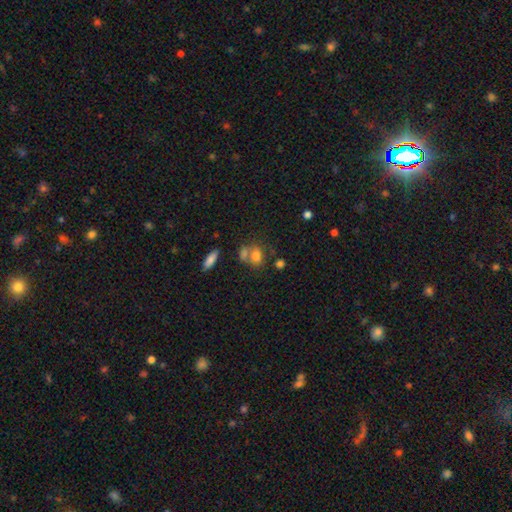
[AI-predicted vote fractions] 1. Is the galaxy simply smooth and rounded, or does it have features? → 75% smooth, 13% featured or disk, 12% star or artifact.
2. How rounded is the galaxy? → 63% in between, 34% round, 3% cigar-shaped.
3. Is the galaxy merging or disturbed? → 43% none, 39% merger, 13% minor disturbance, 6% major disturbance.